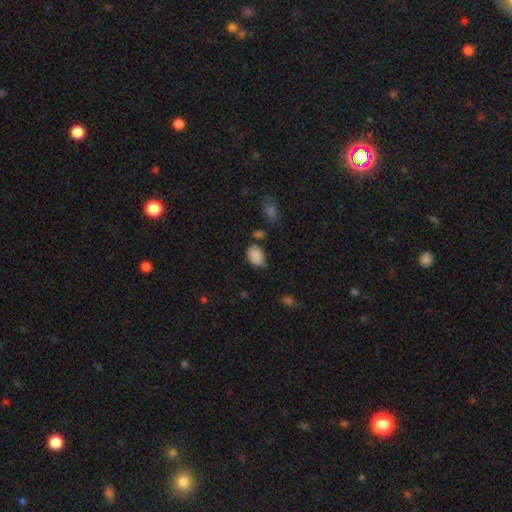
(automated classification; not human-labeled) Smooth or featured? Predicted: smooth (p=0.87). How rounded? Predicted: in between (p=0.86). Merging? Predicted: none (p=0.69).